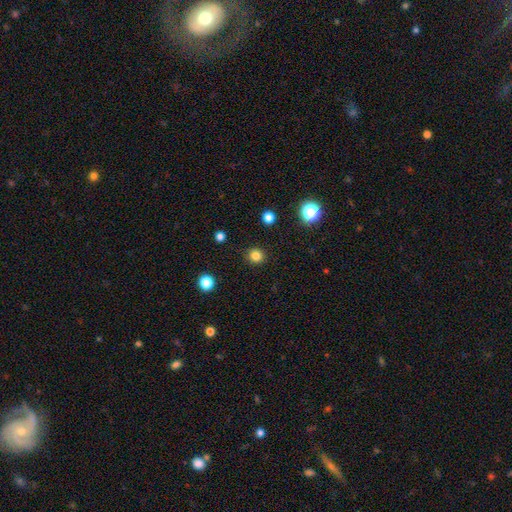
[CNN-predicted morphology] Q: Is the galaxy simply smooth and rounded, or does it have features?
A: smooth — 82%.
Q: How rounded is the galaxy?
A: round — 91%.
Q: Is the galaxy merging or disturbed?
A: none — 91%.